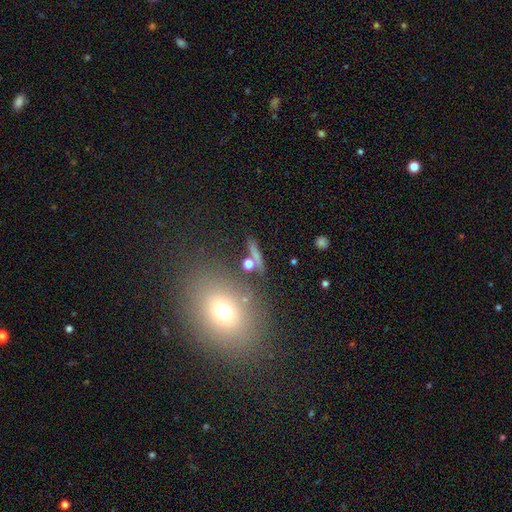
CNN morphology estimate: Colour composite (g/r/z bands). It shows a smooth galaxy with no disk features (54%) that is cigar-shaped (54%). Merging: none (75%).